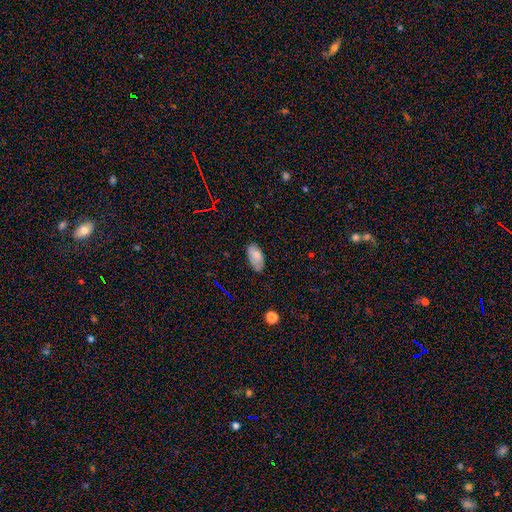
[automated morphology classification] smooth 78%, featured or disk 13%, star or artifact 9%. Down the decision tree: how rounded — in between (94%); merging — none (74%).